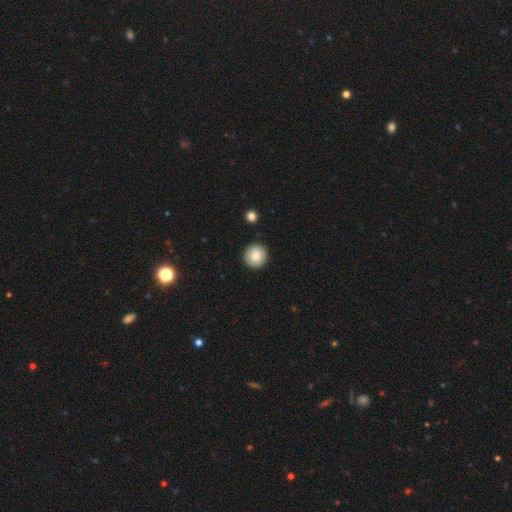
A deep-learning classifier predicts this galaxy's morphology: This appears to be a smooth galaxy with no disk features (83%) that is round (93%). Merging: none (91%).